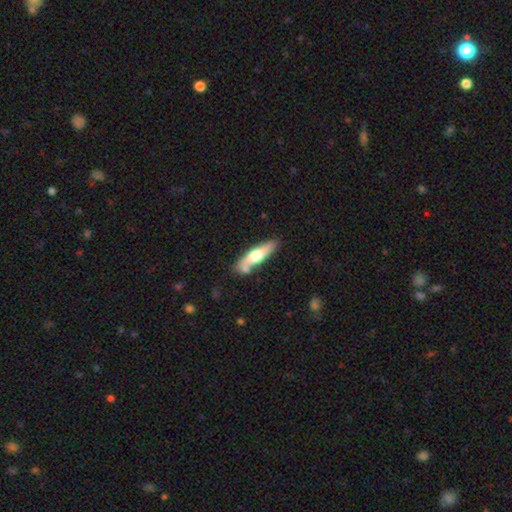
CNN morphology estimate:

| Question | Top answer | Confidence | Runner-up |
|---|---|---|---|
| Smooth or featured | smooth | 55% | featured or disk (40%) |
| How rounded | cigar-shaped | 72% | in between (27%) |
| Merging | none | 70% | minor disturbance (15%) |